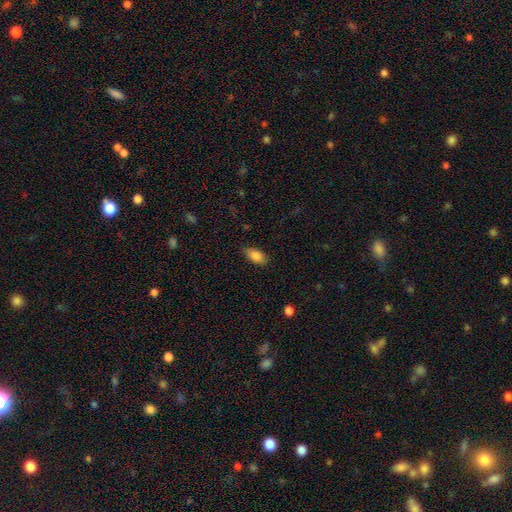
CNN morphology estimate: Smooth or featured?
  - smooth: 85% *
  - featured or disk: 8%
  - star or artifact: 8%
How rounded?
  - in between: 90% *
  - cigar-shaped: 6%
  - round: 3%
Merging?
  - none: 81% *
  - minor disturbance: 15%
  - major disturbance: 3%
  - merger: 1%